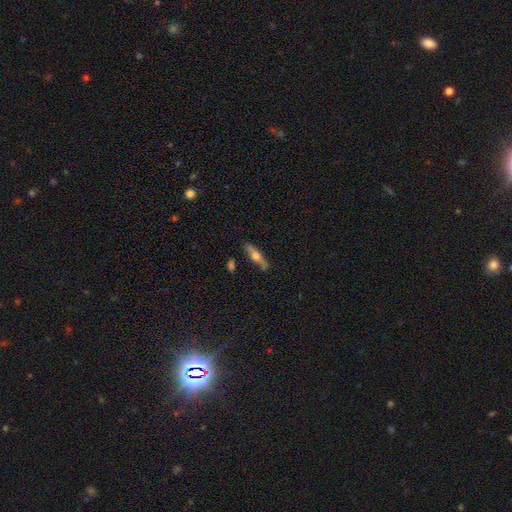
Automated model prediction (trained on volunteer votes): This appears to be a featured or disk galaxy (52%) viewed edge-on (89%). Merging: none (72%).